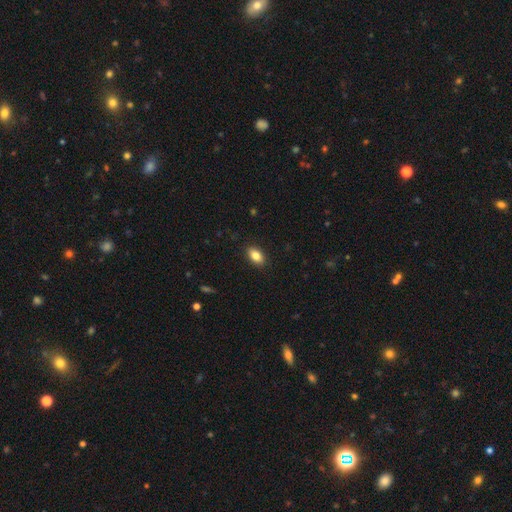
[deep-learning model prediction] smooth-or-featured: smooth: 84% | star or artifact: 8% | featured or disk: 8%
  how-rounded: in between: 89% | round: 8% | cigar-shaped: 2%
  merging: none: 89% | minor disturbance: 8% | major disturbance: 2% | merger: 1%